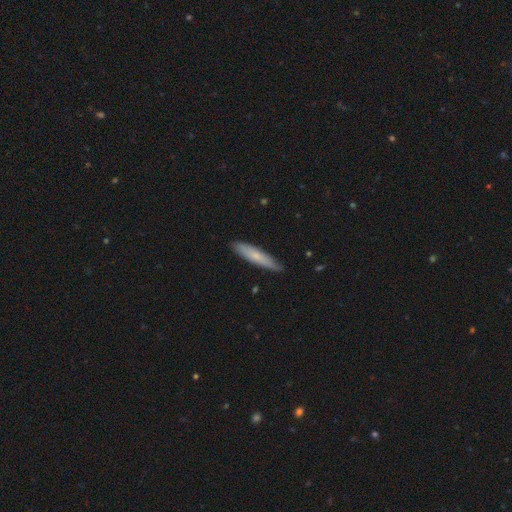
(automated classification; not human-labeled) Smooth or featured?
  - smooth: 66% *
  - featured or disk: 28%
  - star or artifact: 6%
How rounded?
  - cigar-shaped: 87% *
  - in between: 11%
  - round: 1%
Merging?
  - none: 86% *
  - minor disturbance: 11%
  - major disturbance: 2%
  - merger: 1%